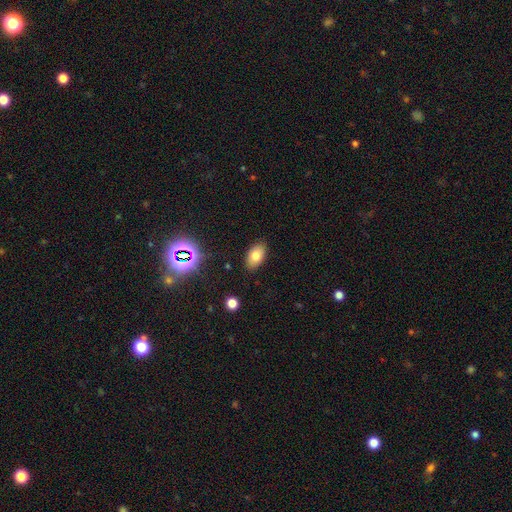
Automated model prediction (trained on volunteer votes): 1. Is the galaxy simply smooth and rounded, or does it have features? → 76% smooth, 12% featured or disk, 12% star or artifact.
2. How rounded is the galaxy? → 92% in between, 6% round, 2% cigar-shaped.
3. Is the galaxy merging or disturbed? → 86% none, 10% minor disturbance, 3% major disturbance, 1% merger.